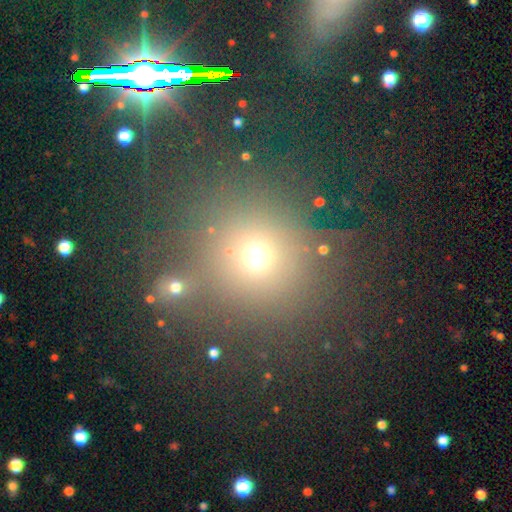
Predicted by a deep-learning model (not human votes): smooth-or-featured: smooth: 45% | star or artifact: 43% | featured or disk: 12%
  merging: none: 84% | minor disturbance: 8% | merger: 5% | major disturbance: 4%